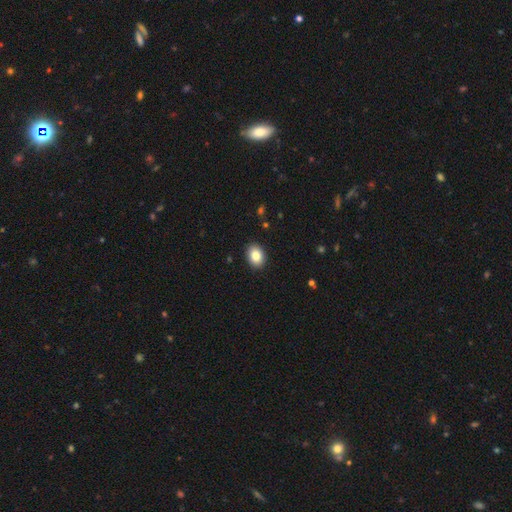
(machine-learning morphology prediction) Smooth or featured? smooth (86%)
How rounded? in between (67%)
Merging? none (91%)